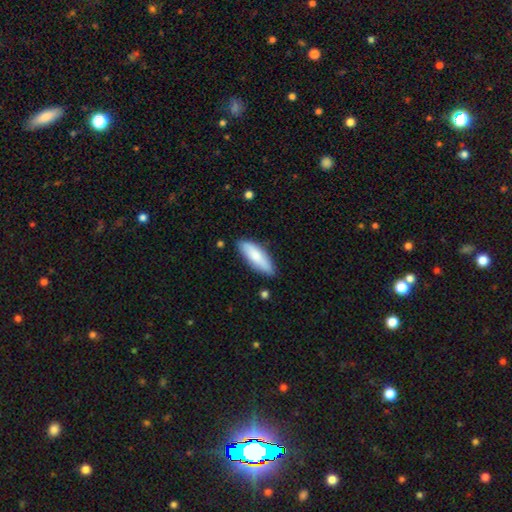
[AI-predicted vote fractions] The model was most divided on "how rounded": in between: 57%, cigar-shaped: 42%, round: 2%. More confident: merging — none (82%); smooth or featured — smooth (78%).